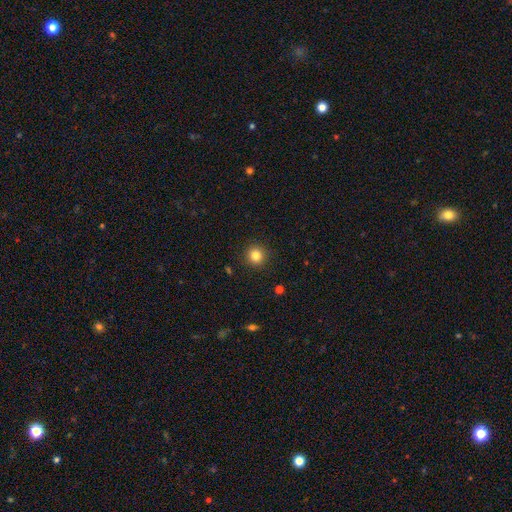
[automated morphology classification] Smooth or featured?
  - smooth: 83% *
  - star or artifact: 12%
  - featured or disk: 5%
How rounded?
  - round: 93% *
  - in between: 6%
  - cigar-shaped: 1%
Merging?
  - none: 92% *
  - minor disturbance: 5%
  - major disturbance: 2%
  - merger: 1%